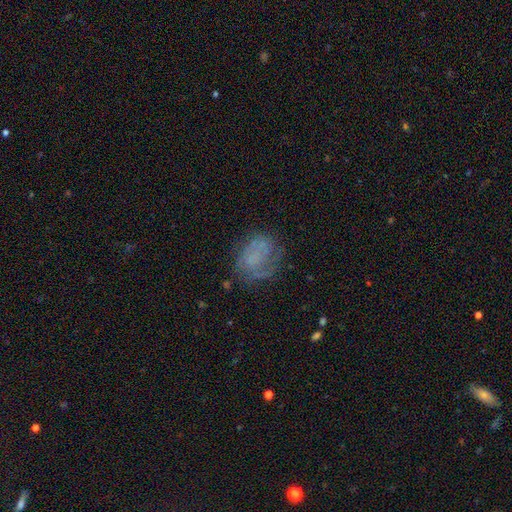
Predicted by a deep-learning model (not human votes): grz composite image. It shows a featured or disk galaxy (50%). Merging: none (55%).